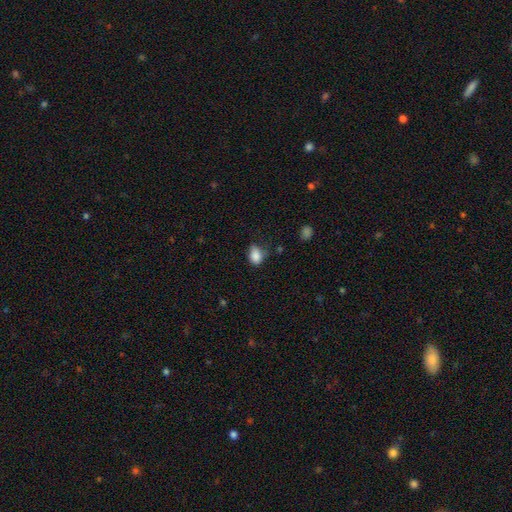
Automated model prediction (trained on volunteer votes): smooth_or_featured: smooth (p=0.86) [alt: star or artifact p=0.09]
how_rounded: in between (p=0.76) [alt: round p=0.23]
merging: none (p=0.50) [alt: minor disturbance p=0.37]